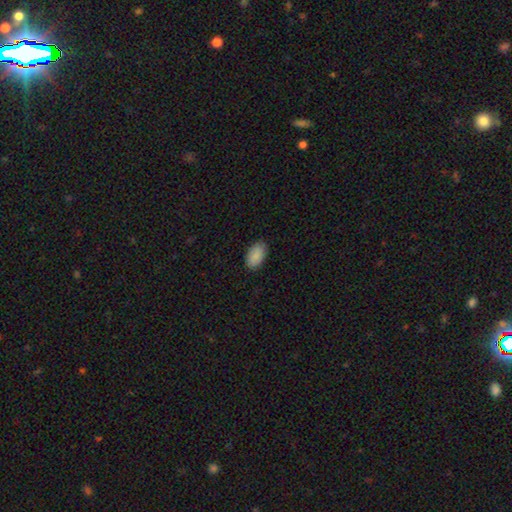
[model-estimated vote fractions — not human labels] This is clearly a smooth galaxy (90%). How rounded: clearly in between (95%). Merging: clearly none (86%).